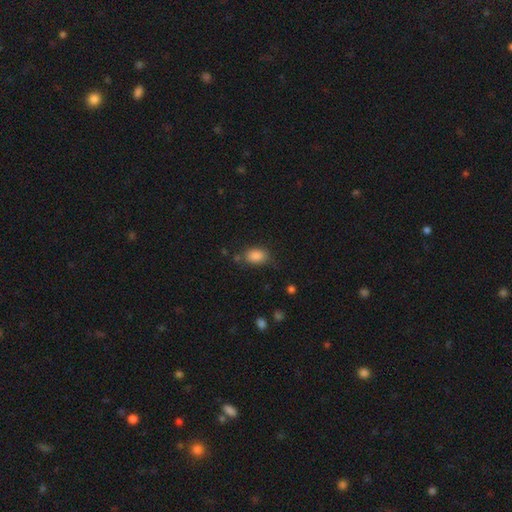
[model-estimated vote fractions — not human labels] A smooth galaxy with no disk features (86%) that is in between round and cigar-shaped (82%).

Vote fractions:
- Smooth or featured? smooth: 86% / star or artifact: 9% / featured or disk: 5%
- How rounded? in between: 82% / round: 16% / cigar-shaped: 2%
- Merging? none: 72% / minor disturbance: 19% / major disturbance: 6% / merger: 4%